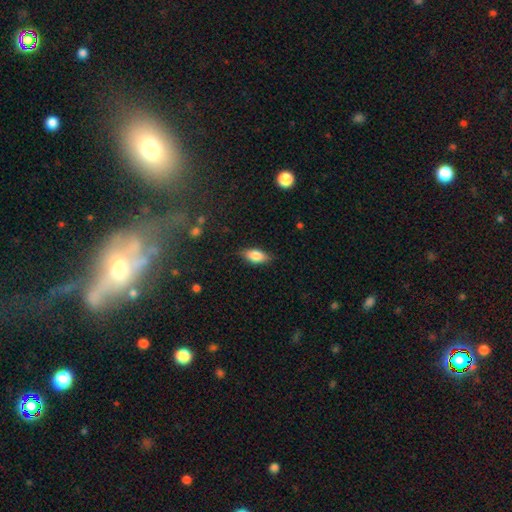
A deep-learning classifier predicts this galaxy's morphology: This appears to be a smooth galaxy with no disk features (82%) that is in between round and cigar-shaped (87%). Merging: none (82%).